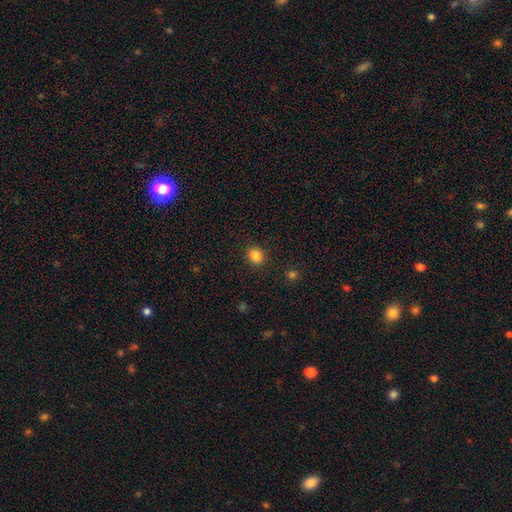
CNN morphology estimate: Smooth or featured?
  - smooth: 85% *
  - star or artifact: 11%
  - featured or disk: 4%
How rounded?
  - round: 73% *
  - in between: 26%
  - cigar-shaped: 1%
Merging?
  - none: 89% *
  - minor disturbance: 7%
  - major disturbance: 2%
  - merger: 1%